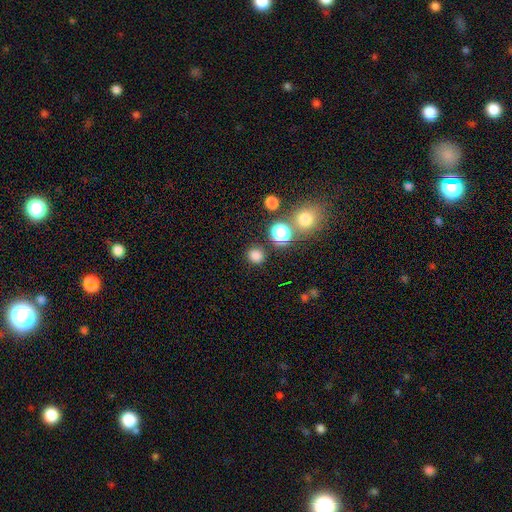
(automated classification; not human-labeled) smooth_or_featured: smooth (p=0.79) [alt: star or artifact p=0.17]
how_rounded: round (p=0.89) [alt: in between p=0.10]
merging: none (p=0.86) [alt: minor disturbance p=0.07]